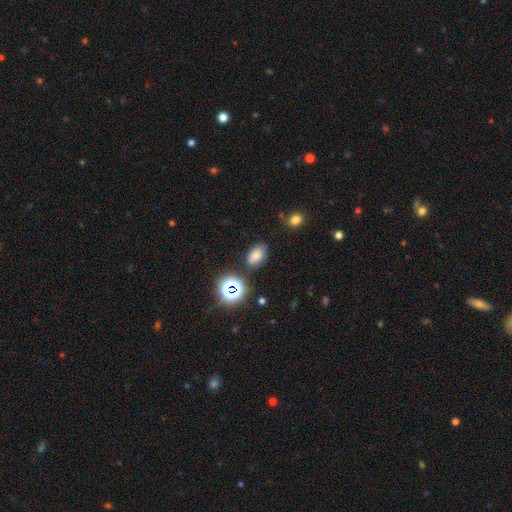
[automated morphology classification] The model was most divided on "smooth or featured": smooth: 73%, star or artifact: 18%, featured or disk: 9%. More confident: how rounded — in between (85%); merging — none (76%).